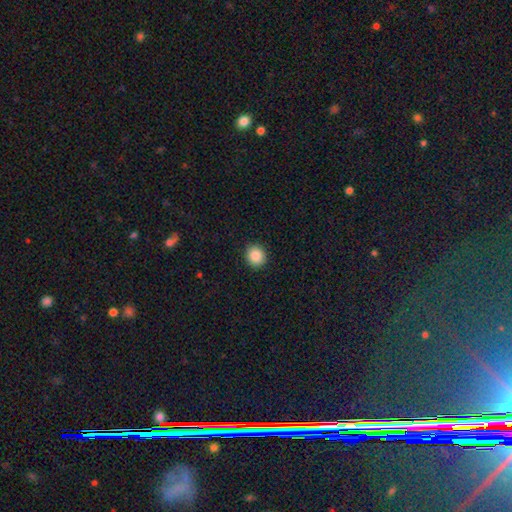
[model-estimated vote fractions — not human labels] smooth-or-featured: smooth: 87% | star or artifact: 9% | featured or disk: 4%
  how-rounded: round: 87% | in between: 12% | cigar-shaped: 1%
  merging: none: 92% | minor disturbance: 5% | major disturbance: 2% | merger: 1%